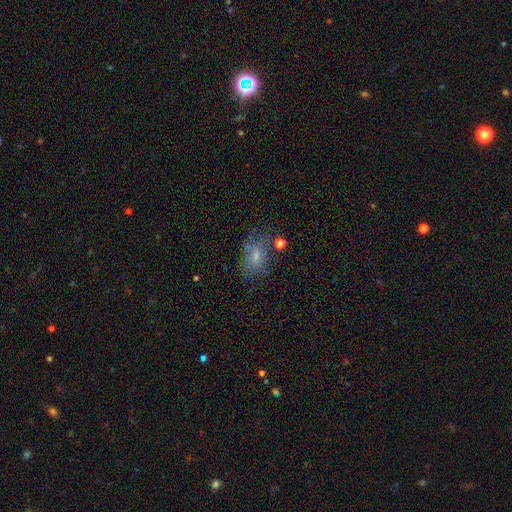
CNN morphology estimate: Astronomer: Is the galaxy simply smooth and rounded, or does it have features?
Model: smooth — 63%.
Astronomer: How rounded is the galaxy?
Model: in between — 82%.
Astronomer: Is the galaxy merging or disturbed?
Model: none — 58%.